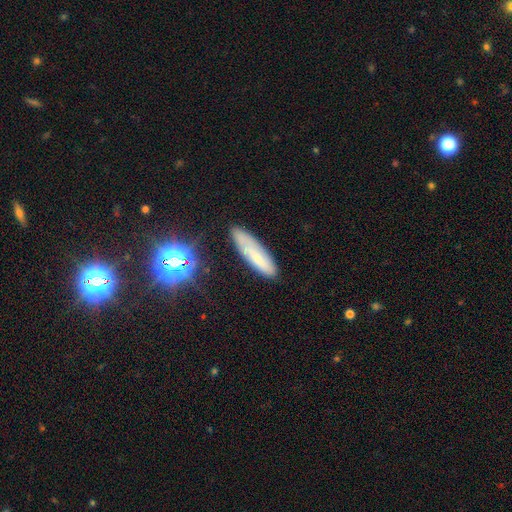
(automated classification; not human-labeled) A smooth galaxy with no disk features (56%) that is cigar-shaped (68%).

Vote fractions:
- Smooth or featured? smooth: 56% / featured or disk: 30% / star or artifact: 14%
- How rounded? cigar-shaped: 68% / in between: 30% / round: 2%
- Merging? none: 71% / minor disturbance: 20% / major disturbance: 6% / merger: 3%